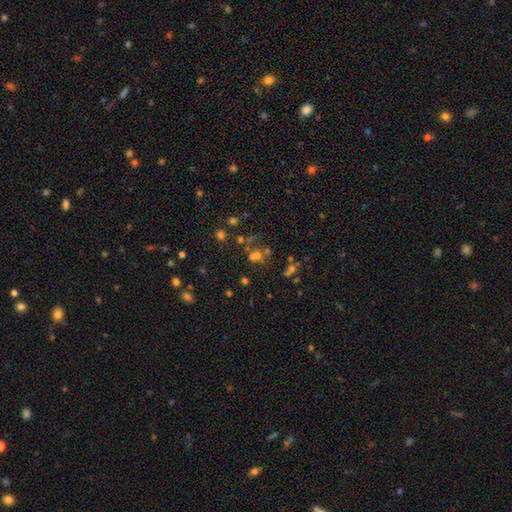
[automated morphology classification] type=smooth (45%); merging=none (42%).